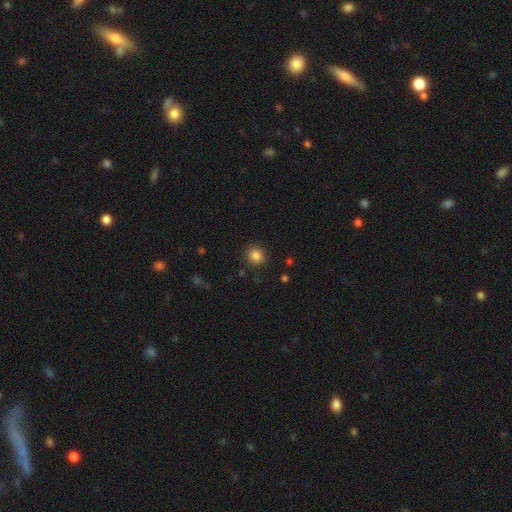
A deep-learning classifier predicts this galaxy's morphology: Smooth or featured?
  - smooth: 84% *
  - star or artifact: 12%
  - featured or disk: 4%
How rounded?
  - round: 89% *
  - in between: 10%
  - cigar-shaped: 1%
Merging?
  - none: 88% *
  - minor disturbance: 8%
  - major disturbance: 3%
  - merger: 1%